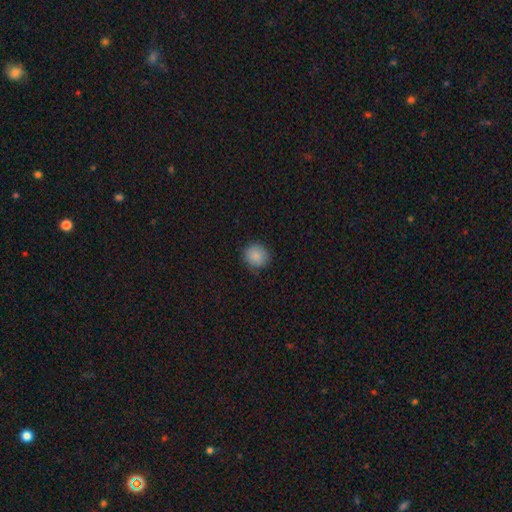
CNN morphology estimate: Smooth or featured: smooth — 85% (star or artifact — 10%)
How rounded: round — 89% (in between — 10%)
Merging: none — 84% (minor disturbance — 12%)